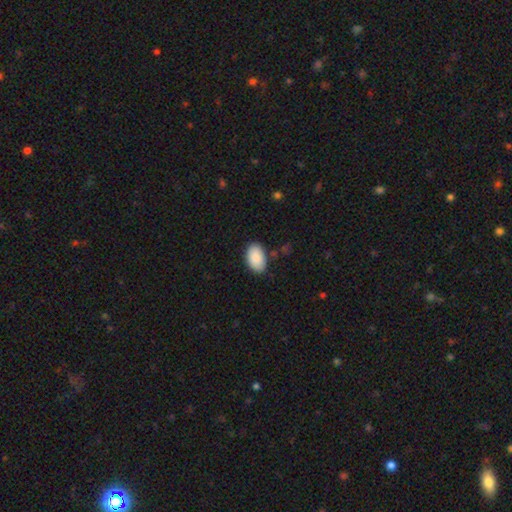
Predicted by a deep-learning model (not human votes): A smooth galaxy with no disk features (90%) that is in between round and cigar-shaped (94%).

Vote fractions:
- Smooth or featured? smooth: 90% / star or artifact: 6% / featured or disk: 4%
- How rounded? in between: 94% / round: 5% / cigar-shaped: 1%
- Merging? none: 83% / minor disturbance: 12% / major disturbance: 3% / merger: 2%